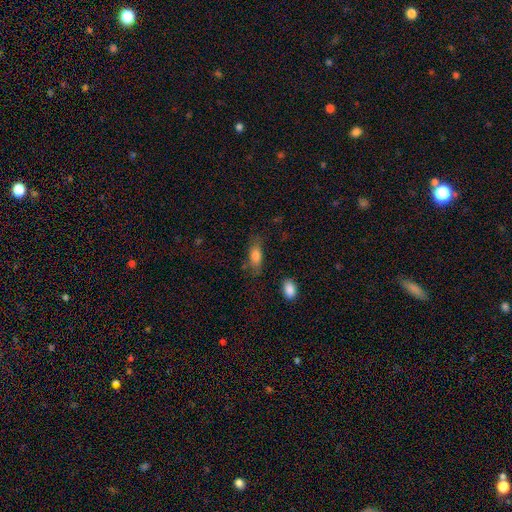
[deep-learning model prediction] Overall: smooth (79%). How rounded: in between (76%). Merging: none (69%).